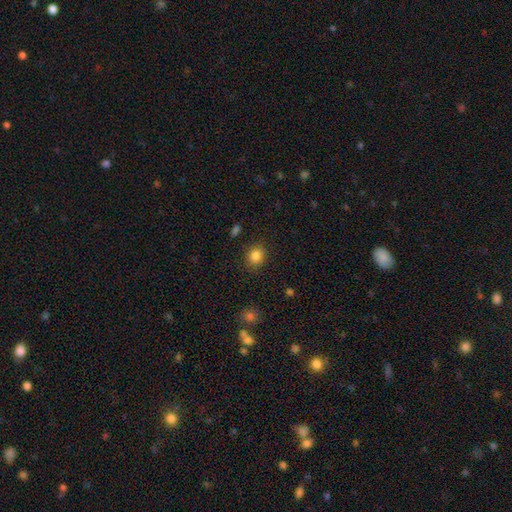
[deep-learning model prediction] A smooth galaxy with no disk features (85%) that is round (68%). Merging: none (87%).